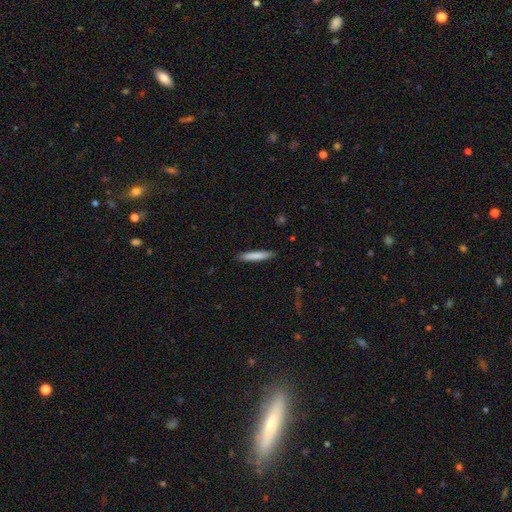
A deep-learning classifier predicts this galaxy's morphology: Smooth or featured? smooth (81%)
How rounded? cigar-shaped (92%)
Merging? none (89%)